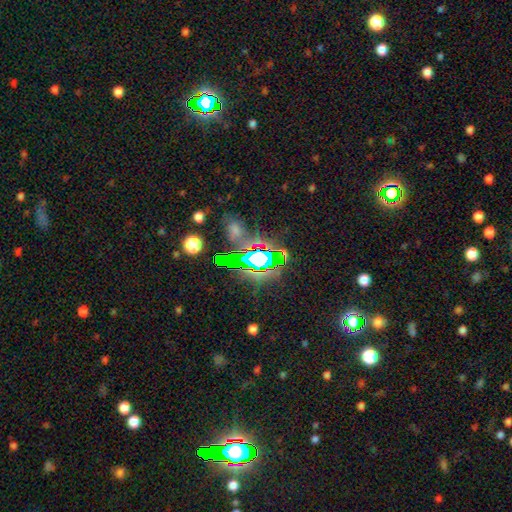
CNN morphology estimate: Smooth or featured? star or artifact (64%)